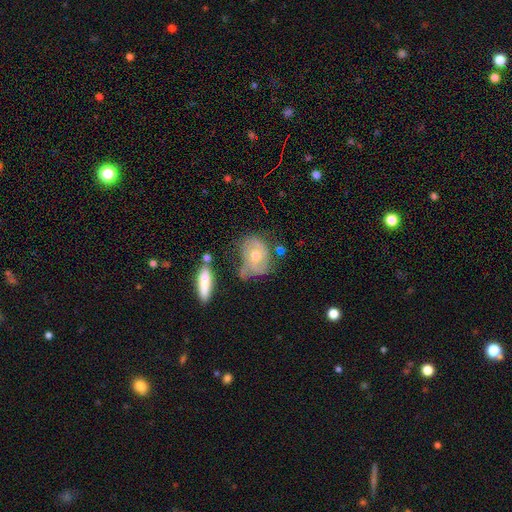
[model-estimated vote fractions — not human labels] smooth-or-featured: featured or disk: 61% | smooth: 31% | star or artifact: 8%
  disk-edge-on: no: 93% | yes: 7%
    bar: no: 75% | weak: 20% | strong: 5%
    has-spiral-arms: yes: 70% | no: 30%
    bulge-size: moderate: 70% | small: 23% | large: 5% | none: 1% | dominant: 1%
  merging: none: 44% | minor disturbance: 27% | major disturbance: 17% | merger: 12%